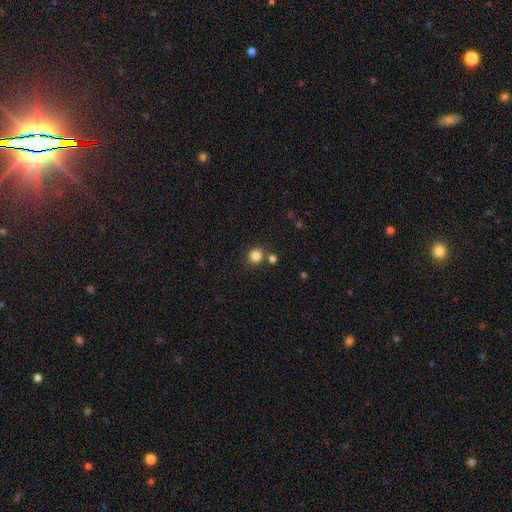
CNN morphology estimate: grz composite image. It shows a smooth galaxy with no disk features (84%) that is round (90%). Merging: none (77%).